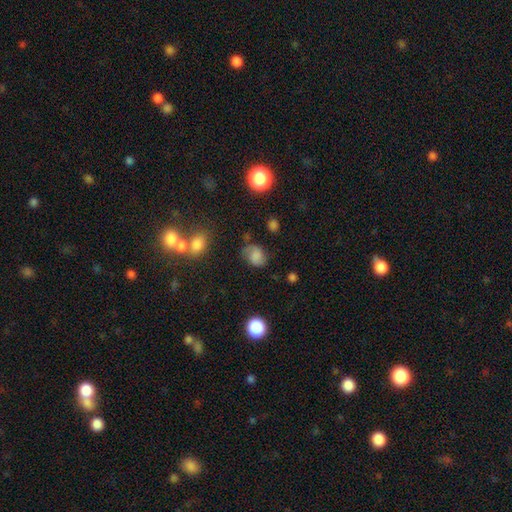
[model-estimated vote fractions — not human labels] Q: Smooth or featured?
A: smooth (61%); runner-up: featured or disk (26%)
Q: How rounded?
A: in between (55%); runner-up: round (44%)
Q: Merging?
A: none (59%); runner-up: minor disturbance (26%)